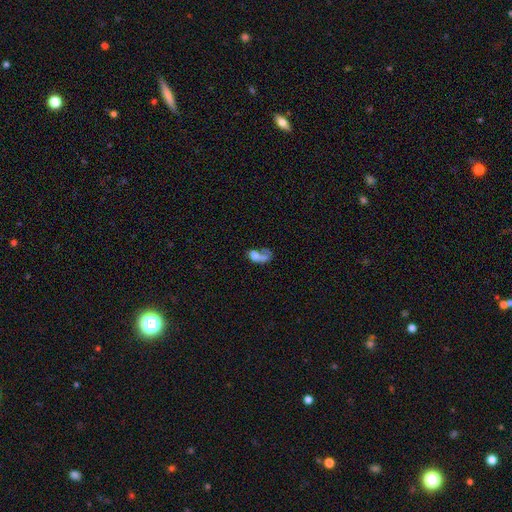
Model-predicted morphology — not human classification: Overall: smooth (51%; featured or disk 35%). How rounded: in between (79%). Merging: merger (47%; major disturbance 26%).